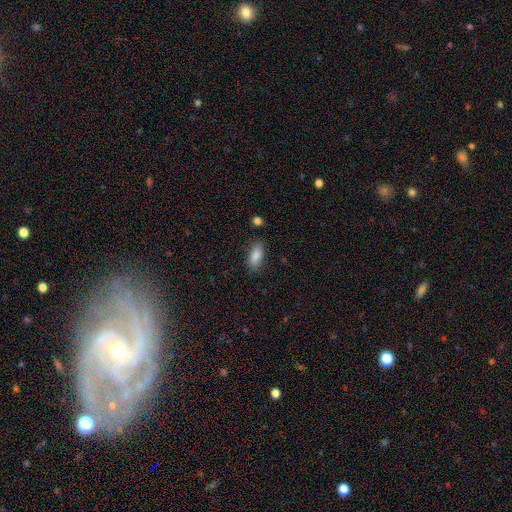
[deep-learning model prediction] smooth_or_featured: smooth (p=0.86) [alt: star or artifact p=0.08]
how_rounded: in between (p=0.85) [alt: cigar-shaped p=0.12]
merging: none (p=0.82) [alt: minor disturbance p=0.13]